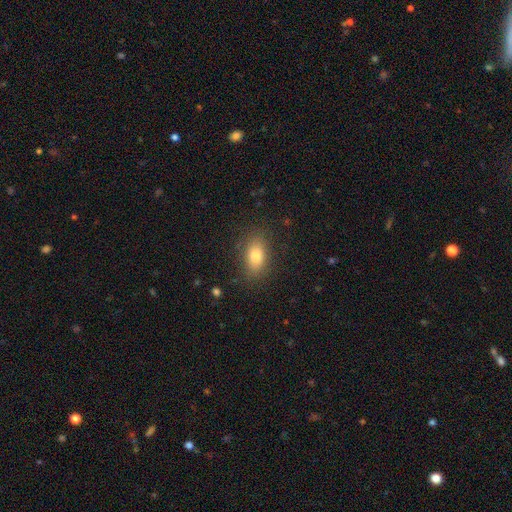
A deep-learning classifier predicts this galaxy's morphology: Q: Smooth or featured?
A: smooth (80%); runner-up: featured or disk (11%)
Q: How rounded?
A: in between (86%); runner-up: round (9%)
Q: Merging?
A: none (85%); runner-up: minor disturbance (11%)